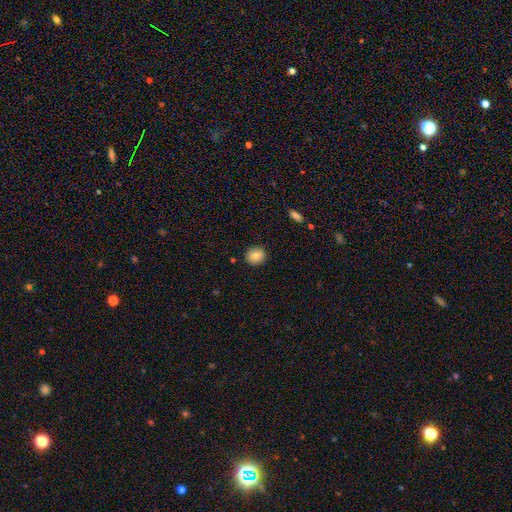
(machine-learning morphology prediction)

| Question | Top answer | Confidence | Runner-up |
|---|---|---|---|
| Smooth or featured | smooth | 86% | star or artifact (9%) |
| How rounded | round | 81% | in between (18%) |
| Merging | none | 90% | minor disturbance (7%) |